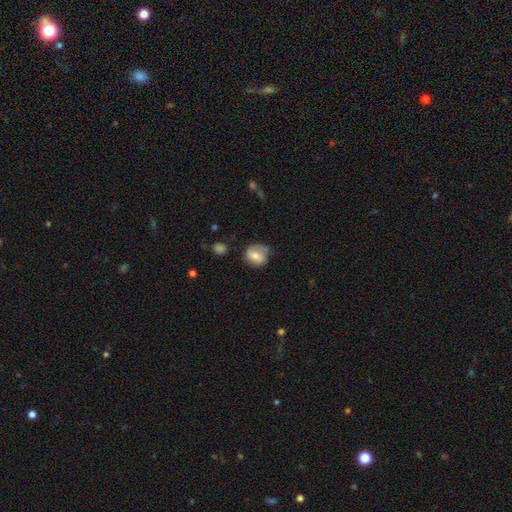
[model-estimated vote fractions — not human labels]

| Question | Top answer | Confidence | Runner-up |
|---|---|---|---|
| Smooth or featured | smooth | 62% | featured or disk (30%) |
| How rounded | round | 61% | in between (37%) |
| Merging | none | 53% | minor disturbance (32%) |